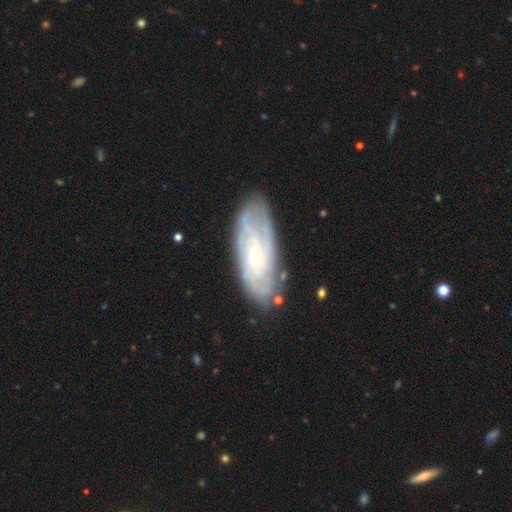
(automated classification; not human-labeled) smooth-or-featured: featured or disk: 75% | smooth: 18% | star or artifact: 6%
  disk-edge-on: no: 88% | yes: 12%
    bar: no: 73% | weak: 22% | strong: 5%
    has-spiral-arms: yes: 88% | no: 12%
      spiral-winding: tight: 69% | medium: 24% | loose: 7%
      spiral-arm-count: can't tell: 53% | 2: 15% | 3: 12% | 4: 11% | more than 4: 6% | 1: 4%
    bulge-size: small: 72% | moderate: 24% | none: 2% | large: 1% | dominant: 1%
  merging: none: 77% | minor disturbance: 17% | major disturbance: 4% | merger: 2%